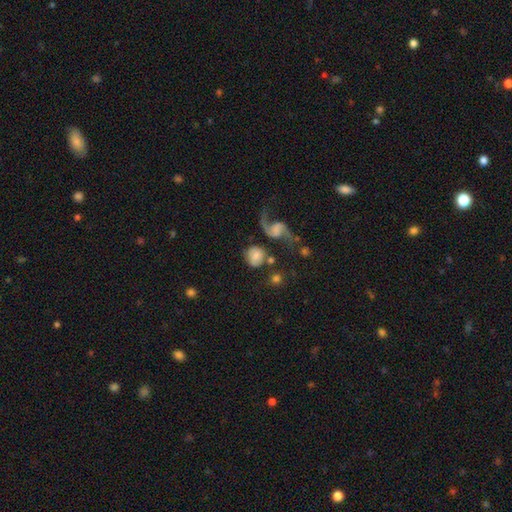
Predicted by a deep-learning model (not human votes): Q: Smooth or featured?
A: smooth (52%); runner-up: featured or disk (39%)
Q: How rounded?
A: round (80%); runner-up: in between (19%)
Q: Merging?
A: none (57%); runner-up: minor disturbance (15%)